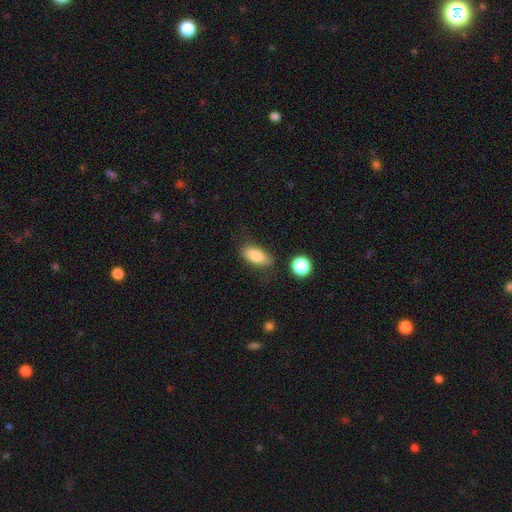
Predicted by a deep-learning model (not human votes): A smooth galaxy with no disk features (83%) that is in between round and cigar-shaped (87%).

Vote fractions:
- Smooth or featured? smooth: 83% / featured or disk: 9% / star or artifact: 8%
- How rounded? in between: 87% / cigar-shaped: 8% / round: 5%
- Merging? none: 72% / minor disturbance: 19% / major disturbance: 6% / merger: 4%